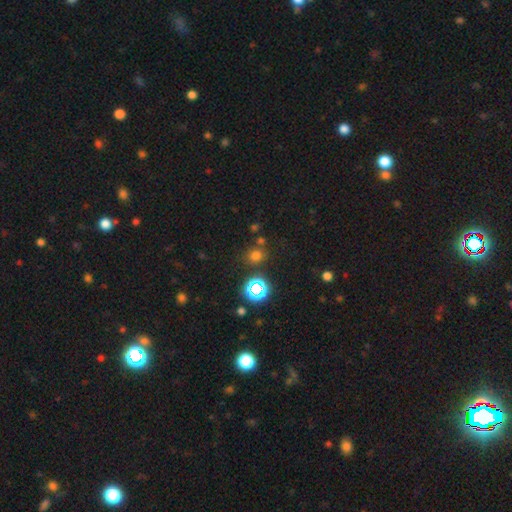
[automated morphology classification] A smooth galaxy with no disk features (65%) that is round (78%). Merging: none (75%).